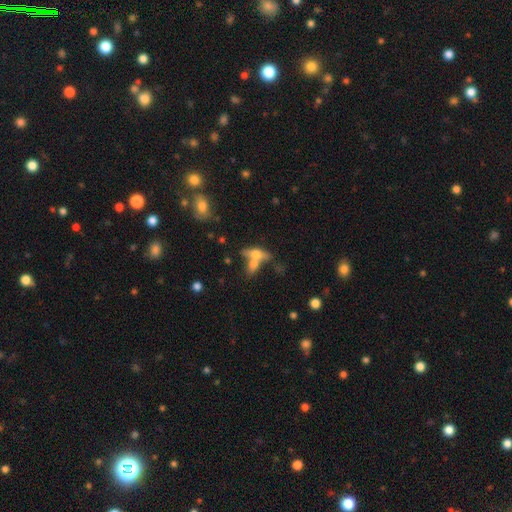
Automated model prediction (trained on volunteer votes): A smooth galaxy with no disk features (52%) that is in between round and cigar-shaped (56%).

Vote fractions:
- Smooth or featured? smooth: 52% / featured or disk: 38% / star or artifact: 10%
- How rounded? in between: 56% / cigar-shaped: 38% / round: 6%
- Merging? merger: 45% / none: 38% / minor disturbance: 10% / major disturbance: 6%